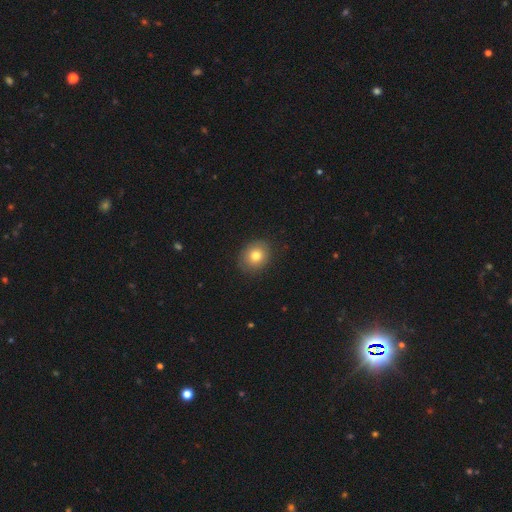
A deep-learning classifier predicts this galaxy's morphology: Q: Smooth or featured?
A: smooth (78%); runner-up: featured or disk (12%)
Q: How rounded?
A: round (65%); runner-up: in between (34%)
Q: Merging?
A: none (88%); runner-up: minor disturbance (9%)